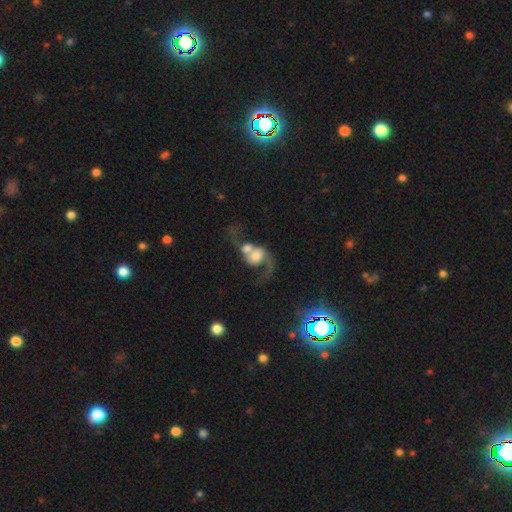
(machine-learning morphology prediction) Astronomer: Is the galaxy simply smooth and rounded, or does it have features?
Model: featured or disk — 62%.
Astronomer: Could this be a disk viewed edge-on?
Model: no — 97%.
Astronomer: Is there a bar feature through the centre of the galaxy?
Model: no — 69%.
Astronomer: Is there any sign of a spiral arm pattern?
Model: yes — 80%.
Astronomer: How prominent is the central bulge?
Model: large — 38% (runner-up: moderate, 29%).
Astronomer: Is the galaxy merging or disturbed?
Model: merger — 70%.